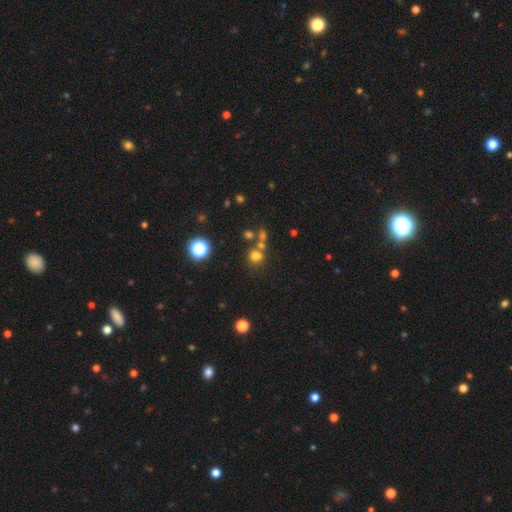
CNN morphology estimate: Smooth or featured?
  - smooth: 68% *
  - star or artifact: 23%
  - featured or disk: 9%
How rounded?
  - round: 80% *
  - in between: 19%
  - cigar-shaped: 1%
Merging?
  - none: 61% *
  - merger: 25%
  - minor disturbance: 9%
  - major disturbance: 5%